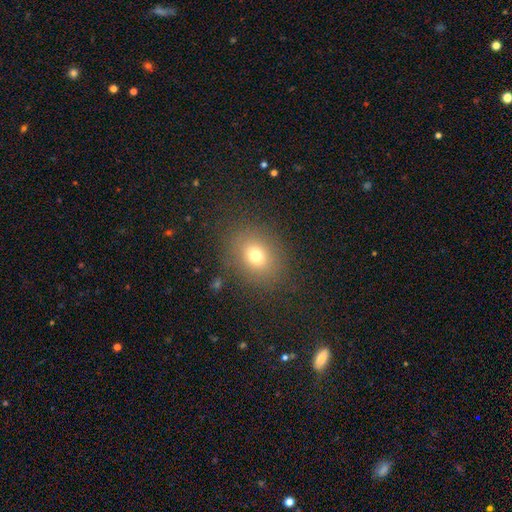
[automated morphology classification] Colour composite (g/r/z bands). It shows a smooth galaxy with no disk features (73%) that is round (57%). Merging: none (83%).